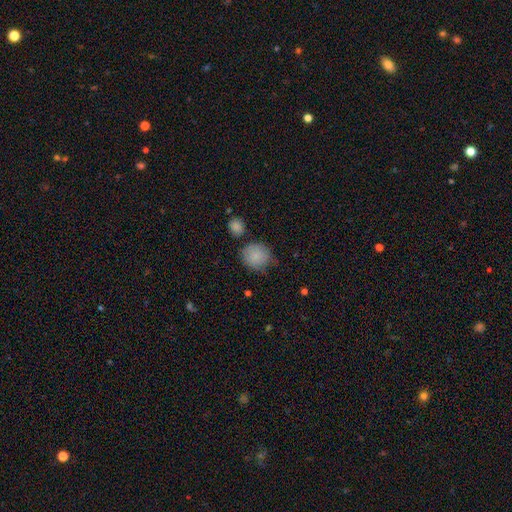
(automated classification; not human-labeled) Smooth or featured? Predicted: smooth (p=0.86). How rounded? Predicted: round (p=0.83). Merging? Predicted: none (p=0.69).